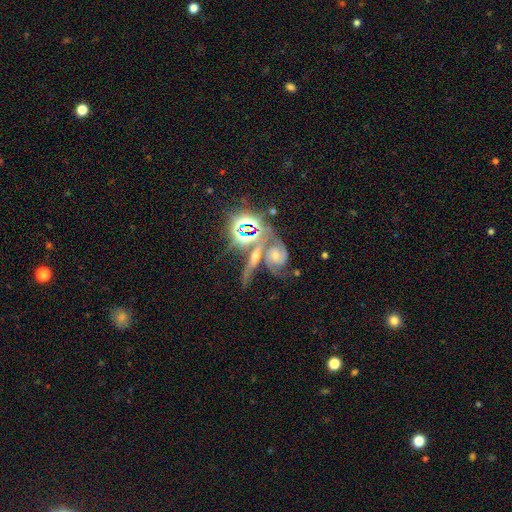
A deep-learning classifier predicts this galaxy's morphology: A featured or disk galaxy (48%). Merging: merger (41%).